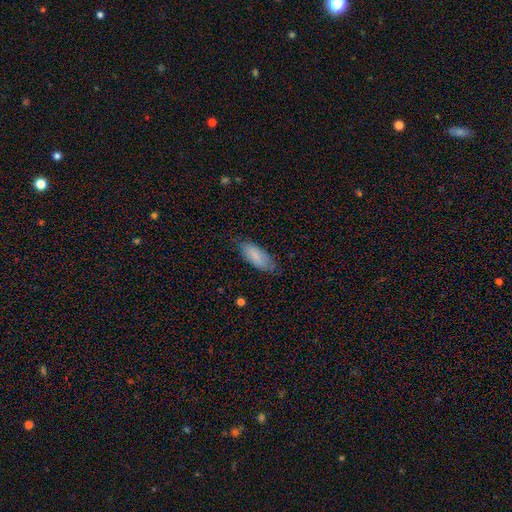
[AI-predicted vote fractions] The model was most divided on "merging": none: 74%, minor disturbance: 21%, major disturbance: 4%, merger: 1%. More confident: smooth or featured — smooth (82%); how rounded — in between (78%).